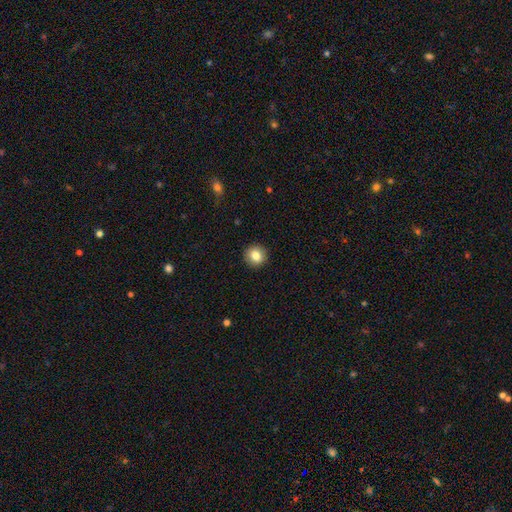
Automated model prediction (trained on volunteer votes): Smooth or featured? smooth (84%)
How rounded? round (91%)
Merging? none (92%)